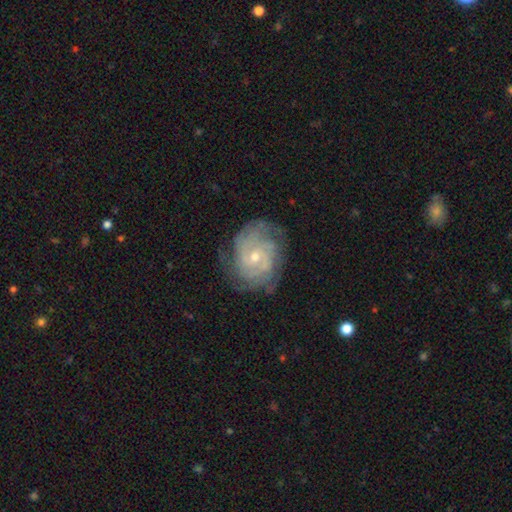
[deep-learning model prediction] Smooth or featured? Predicted: featured or disk (p=0.84). Edge-on disk? Predicted: no (p=0.97). Bar? Predicted: no (p=0.65). Spiral arms? Predicted: yes (p=0.95). Spiral winding? Predicted: tight (p=0.68). Spiral arm count? Predicted: can't tell (p=0.36). Bulge size? Predicted: small (p=0.54). Merging? Predicted: none (p=0.74).